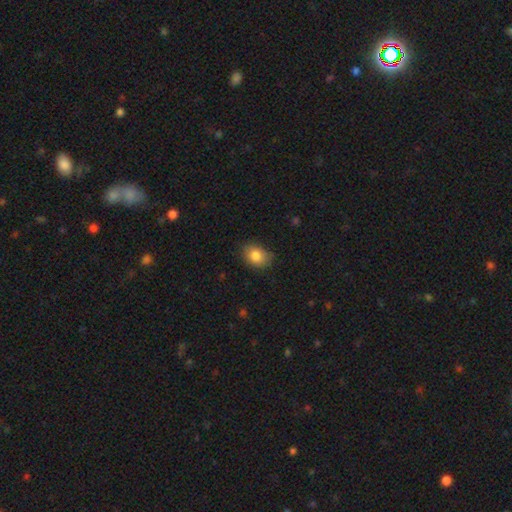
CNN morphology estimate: A smooth galaxy with no disk features (84%) that is in between round and cigar-shaped (67%).

Vote fractions:
- Smooth or featured? smooth: 84% / star or artifact: 8% / featured or disk: 8%
- How rounded? in between: 67% / round: 32% / cigar-shaped: 1%
- Merging? none: 78% / minor disturbance: 18% / major disturbance: 3% / merger: 1%